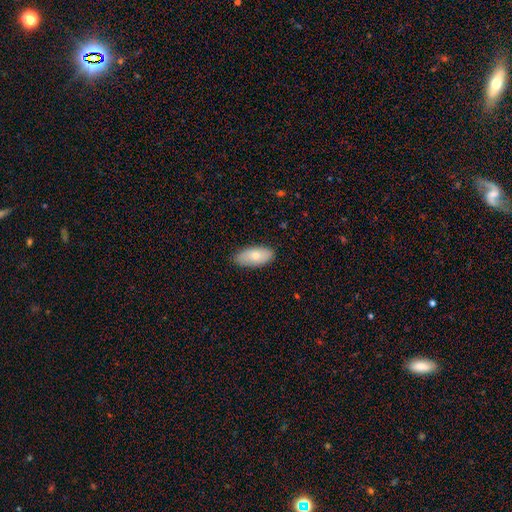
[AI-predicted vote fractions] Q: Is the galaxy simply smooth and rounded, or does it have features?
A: smooth — 75%.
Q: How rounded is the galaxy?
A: in between — 91%.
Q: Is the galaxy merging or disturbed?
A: none — 84%.